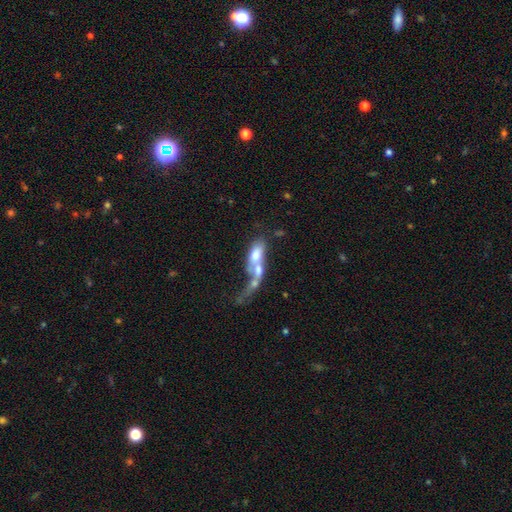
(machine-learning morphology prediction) This appears to be a smooth galaxy with no disk features (54%) that is in between round and cigar-shaped (69%). Merging: merger (68%).